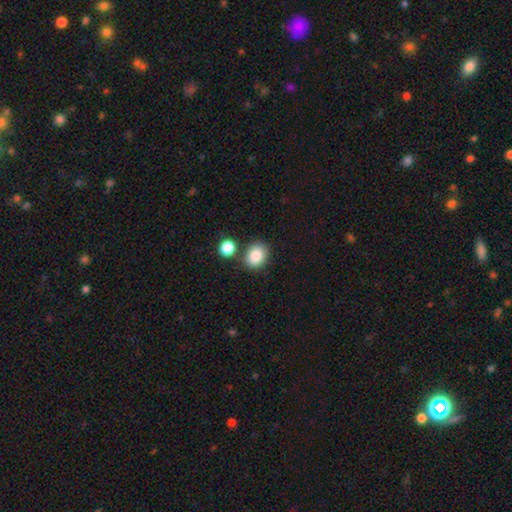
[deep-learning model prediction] A smooth galaxy with no disk features (86%) that is round (51%).

Vote fractions:
- Smooth or featured? smooth: 86% / star or artifact: 8% / featured or disk: 6%
- How rounded? round: 51% / in between: 48% / cigar-shaped: 1%
- Merging? none: 73% / merger: 12% / minor disturbance: 11% / major disturbance: 3%